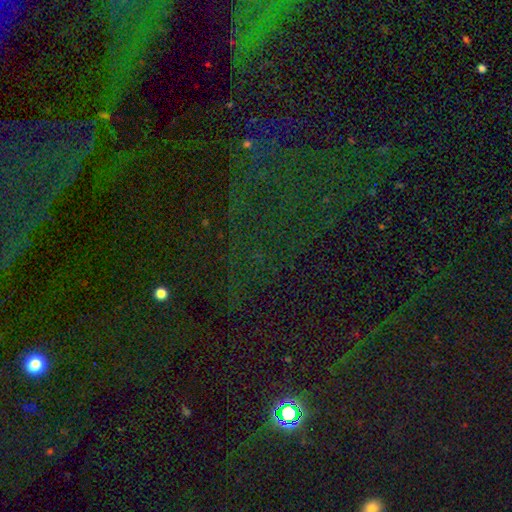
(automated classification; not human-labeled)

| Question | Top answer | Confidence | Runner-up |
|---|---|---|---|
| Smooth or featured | star or artifact | 77% | smooth (13%) |